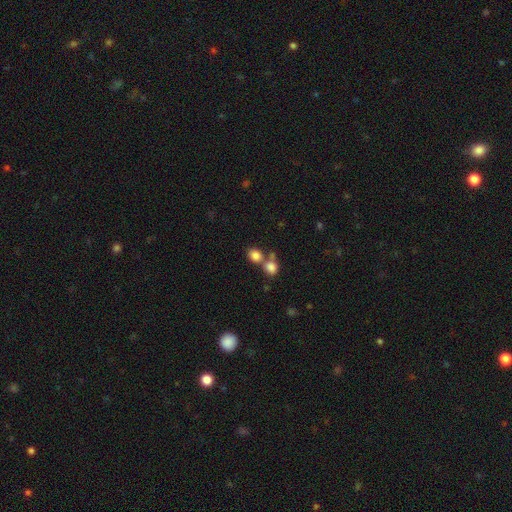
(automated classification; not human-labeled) Smooth or featured? smooth (83%)
How rounded? round (55%)
Merging? merger (47%)